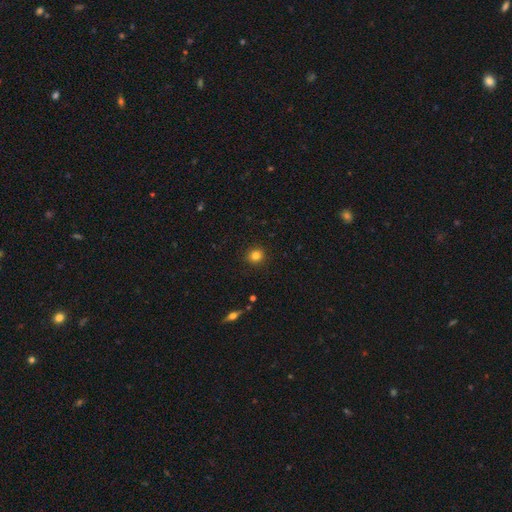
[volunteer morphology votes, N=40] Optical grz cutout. It shows a smooth galaxy with no disk features (80%) that is round (100%). Merging: none (89%).